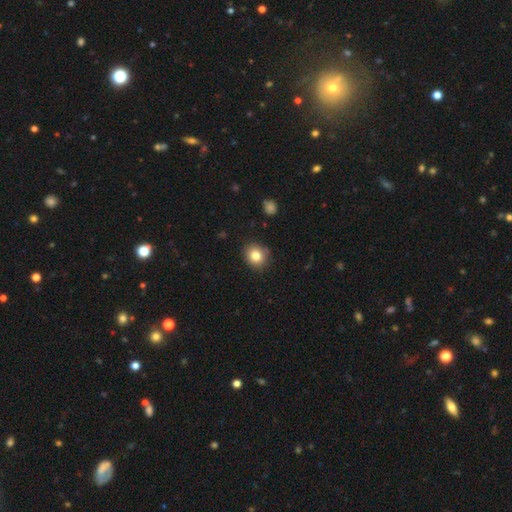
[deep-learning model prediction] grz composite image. It shows a smooth galaxy with no disk features (82%) that is round (81%). Merging: none (87%).